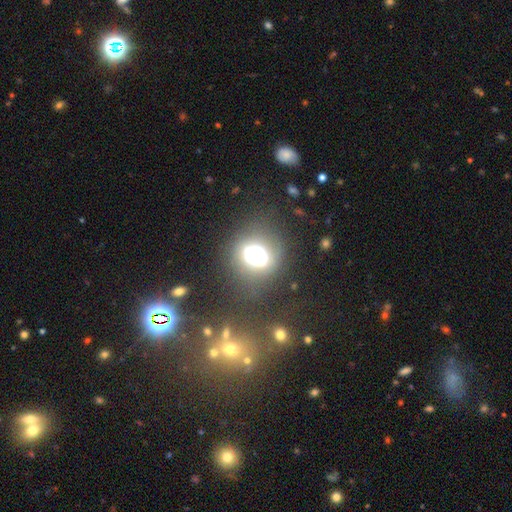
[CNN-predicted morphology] Smooth or featured?
  - smooth: 53% *
  - star or artifact: 24%
  - featured or disk: 22%
How rounded?
  - round: 71% *
  - in between: 27%
  - cigar-shaped: 2%
Merging?
  - none: 54% *
  - minor disturbance: 18%
  - major disturbance: 15%
  - merger: 14%